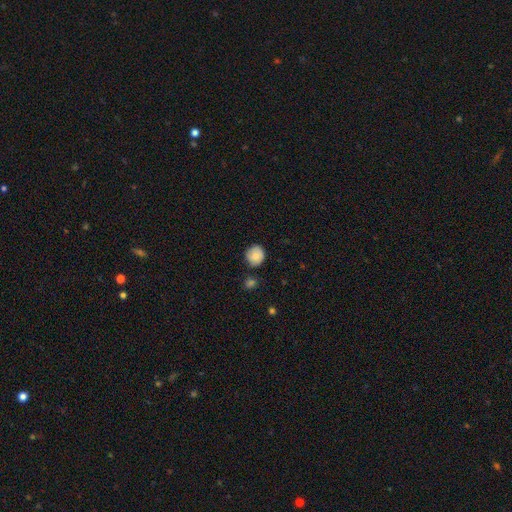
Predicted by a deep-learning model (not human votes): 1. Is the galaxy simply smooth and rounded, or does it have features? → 81% smooth, 11% featured or disk, 8% star or artifact.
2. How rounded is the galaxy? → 87% round, 12% in between, 1% cigar-shaped.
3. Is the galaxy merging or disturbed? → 75% none, 17% minor disturbance, 5% merger, 3% major disturbance.